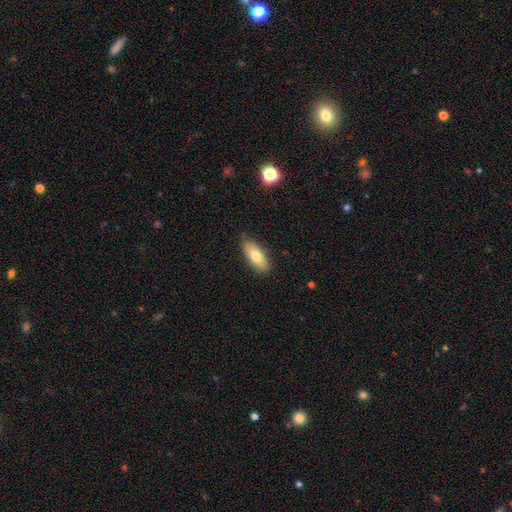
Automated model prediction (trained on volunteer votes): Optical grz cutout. It shows a smooth galaxy with no disk features (76%) that is in between round and cigar-shaped (80%). Merging: none (83%).